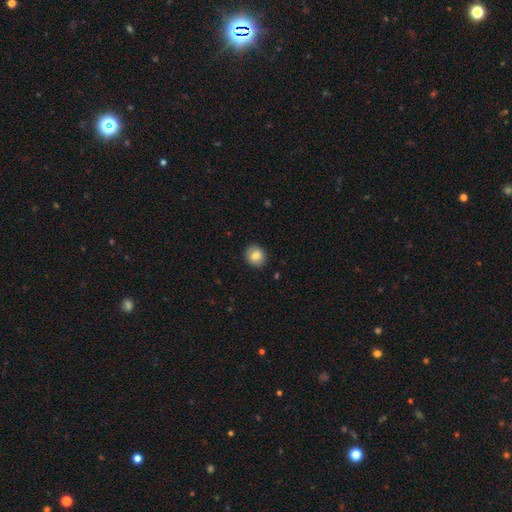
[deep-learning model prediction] Morphology: type=smooth (82%); roundness=round (79%); merging=none (90%).